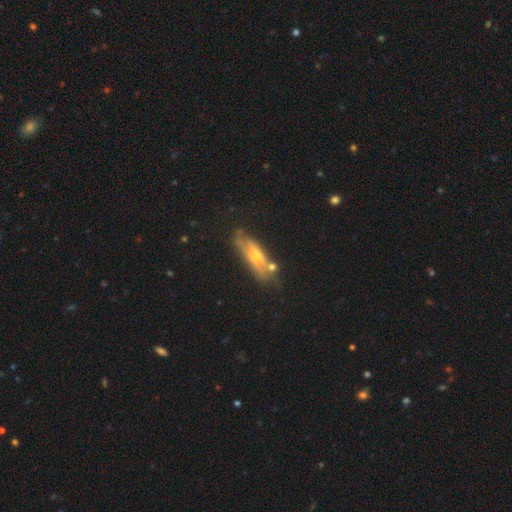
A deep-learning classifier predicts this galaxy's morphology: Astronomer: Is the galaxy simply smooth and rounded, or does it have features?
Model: featured or disk — 60%.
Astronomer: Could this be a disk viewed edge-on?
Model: yes — 56% (runner-up: no, 44%).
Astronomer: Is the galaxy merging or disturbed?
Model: none — 59%.